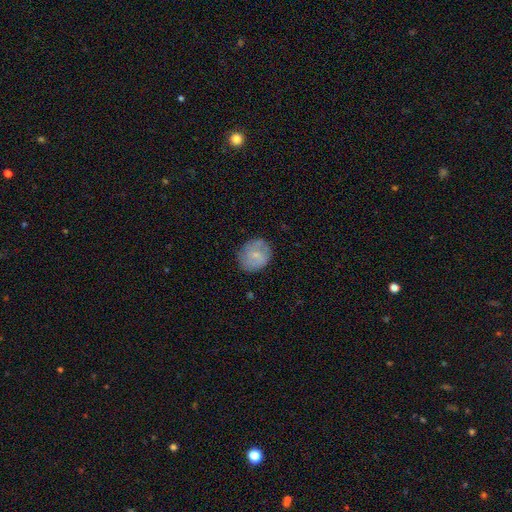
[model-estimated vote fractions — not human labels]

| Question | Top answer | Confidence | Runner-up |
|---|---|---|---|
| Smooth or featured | smooth | 68% | featured or disk (25%) |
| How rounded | round | 74% | in between (25%) |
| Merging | none | 77% | minor disturbance (17%) |